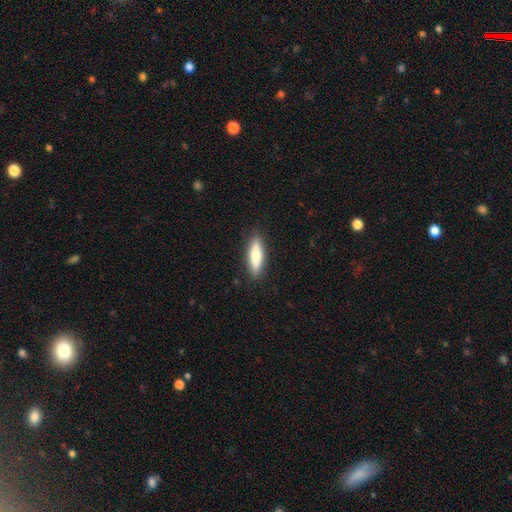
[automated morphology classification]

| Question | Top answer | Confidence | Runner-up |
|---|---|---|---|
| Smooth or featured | smooth | 71% | featured or disk (23%) |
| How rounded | cigar-shaped | 64% | in between (35%) |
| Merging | none | 88% | minor disturbance (9%) |